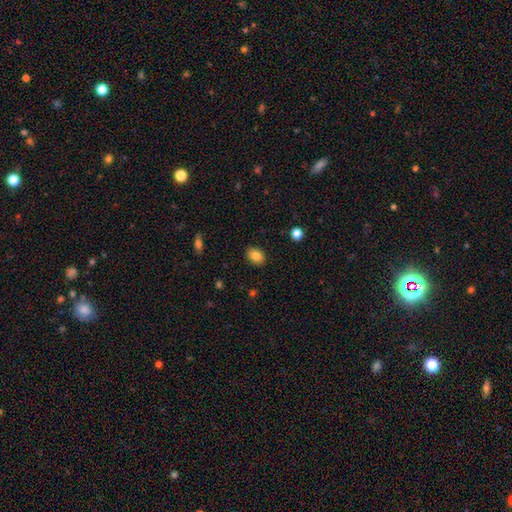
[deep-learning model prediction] smooth_or_featured: smooth (p=0.84) [alt: star or artifact p=0.09]
how_rounded: in between (p=0.76) [alt: round p=0.22]
merging: none (p=0.88) [alt: minor disturbance p=0.09]